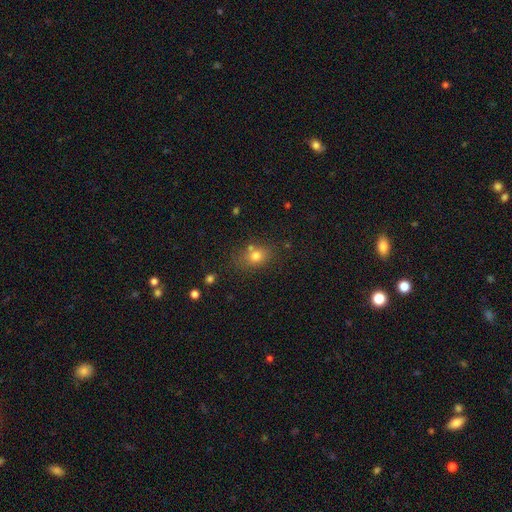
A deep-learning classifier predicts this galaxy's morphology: Smooth or featured? smooth (76%)
How rounded? in between (53%)
Merging? none (66%)